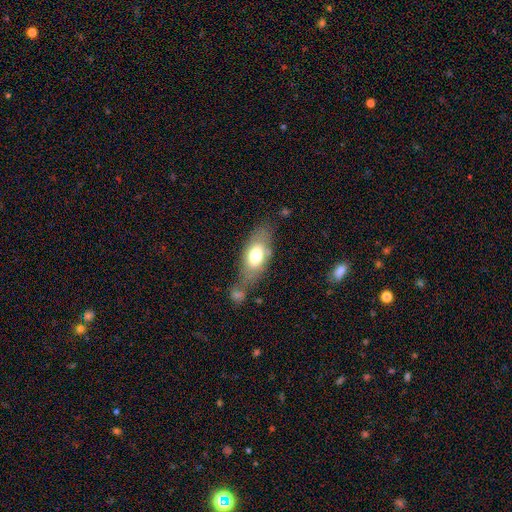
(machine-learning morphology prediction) A smooth galaxy with no disk features (66%) that is in between round and cigar-shaped (83%). Merging: none (49%).